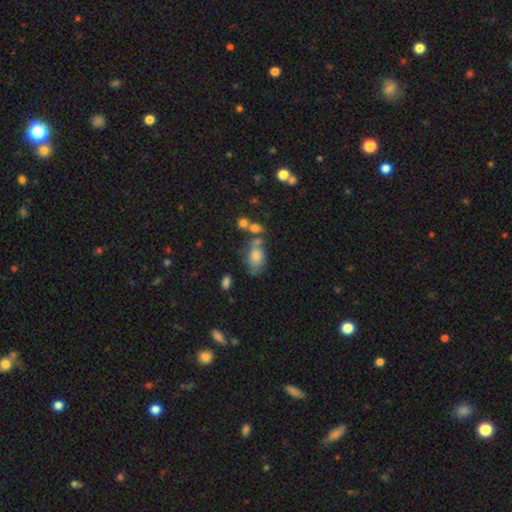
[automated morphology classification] Smooth or featured: smooth — 67% (featured or disk — 21%)
How rounded: in between — 85% (round — 13%)
Merging: none — 46% (minor disturbance — 24%)